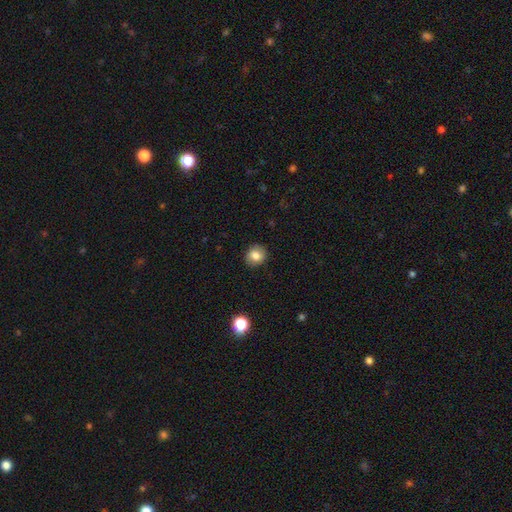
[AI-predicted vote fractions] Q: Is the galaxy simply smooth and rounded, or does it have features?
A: smooth — 80%.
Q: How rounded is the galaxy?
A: round — 80%.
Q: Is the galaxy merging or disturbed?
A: none — 87%.